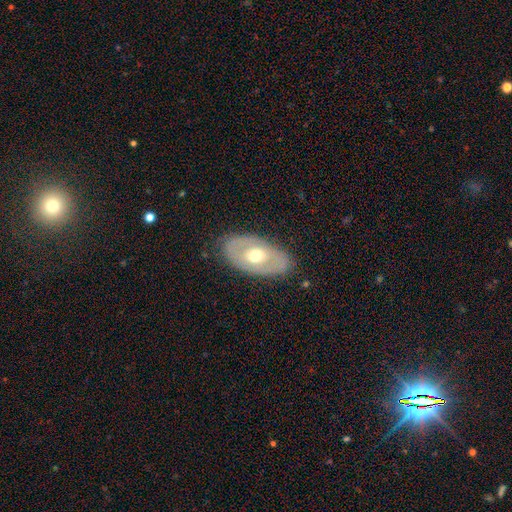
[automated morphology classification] smooth-or-featured: featured or disk: 56% | smooth: 38% | star or artifact: 6%
  disk-edge-on: no: 87% | yes: 13%
  merging: none: 83% | minor disturbance: 13% | major disturbance: 4% | merger: 1%